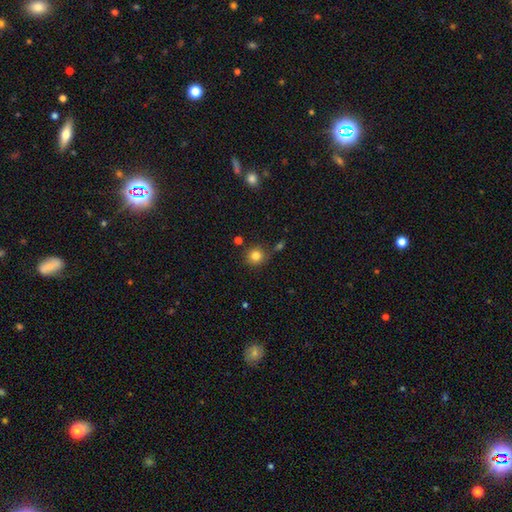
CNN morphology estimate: smooth_or_featured: smooth (p=0.83) [alt: star or artifact p=0.11]
how_rounded: round (p=0.90) [alt: in between p=0.09]
merging: none (p=0.76) [alt: minor disturbance p=0.12]